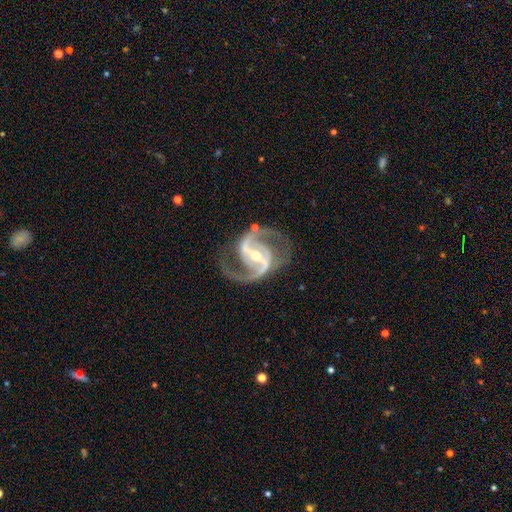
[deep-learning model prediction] Overall: featured or disk (94%). Edge-on disk: no (98%). Bar: strong (67%). Spiral arms: yes (98%). Spiral arm count: 2 (93%). Spiral winding: medium (65%). Bulge size: small (52%; moderate 45%). Merging: none (76%).